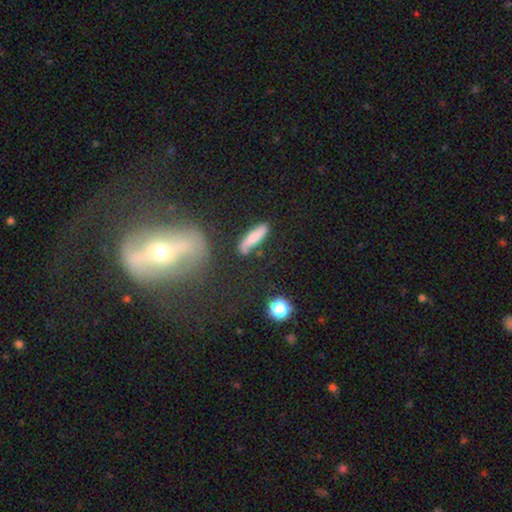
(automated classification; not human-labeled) Q: Smooth or featured?
A: featured or disk (68%); runner-up: smooth (20%)
Q: Edge-on disk?
A: no (74%); runner-up: yes (26%)
Q: Bar?
A: strong (52%); runner-up: no (26%)
Q: Spiral arms?
A: yes (51%); runner-up: no (49%)
Q: Bulge size?
A: moderate (50%); runner-up: small (44%)
Q: Merging?
A: none (52%); runner-up: major disturbance (21%)